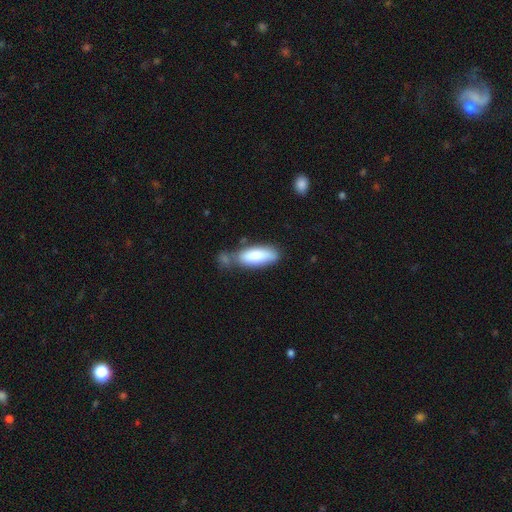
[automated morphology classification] A smooth galaxy with no disk features (82%) that is in between round and cigar-shaped (73%). Merging: none (48%).